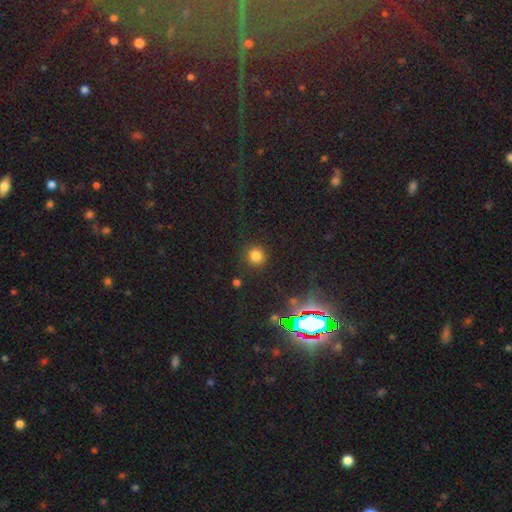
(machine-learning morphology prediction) Smooth or featured? Predicted: smooth (p=0.77). How rounded? Predicted: round (p=0.93). Merging? Predicted: none (p=0.88).